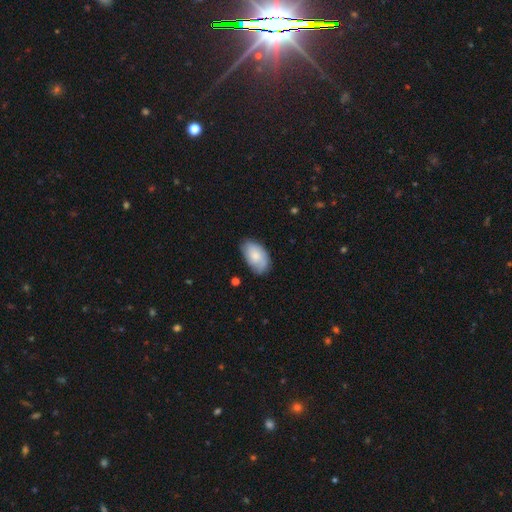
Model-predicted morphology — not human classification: smooth_or_featured: smooth (p=0.72) [alt: featured or disk p=0.22]
how_rounded: in between (p=0.93) [alt: round p=0.05]
merging: none (p=0.70) [alt: minor disturbance p=0.24]